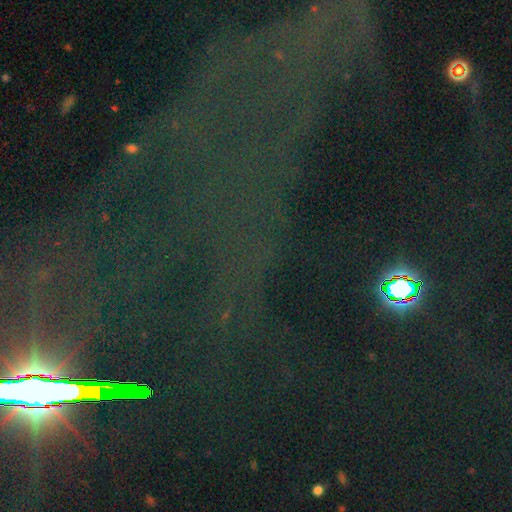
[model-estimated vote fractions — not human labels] Smooth or featured? Predicted: star or artifact (p=0.85).